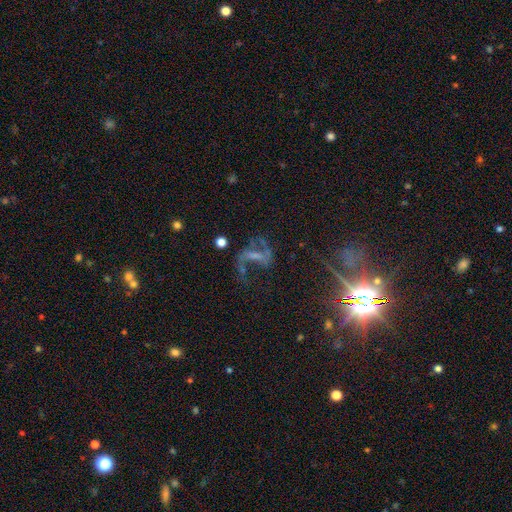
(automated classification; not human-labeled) Overall: featured or disk (72%). Edge-on disk: no (96%). Bar: weak (42%; strong 35%). Spiral arms: yes (86%). Spiral arm count: 2 (83%). Spiral winding: loose (68%). Bulge size: none (40%; small 36%). Merging: none (48%; major disturbance 31%).